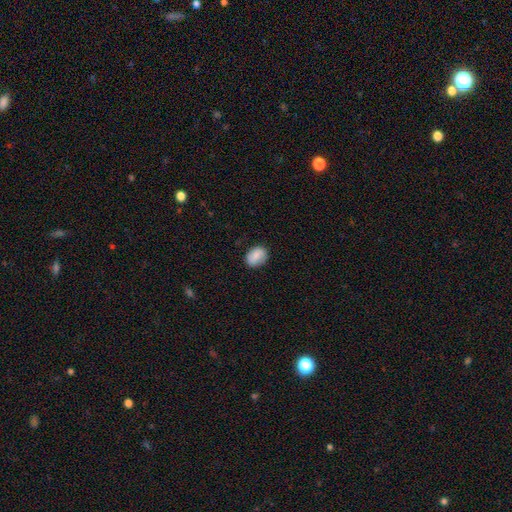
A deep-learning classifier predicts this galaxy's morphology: A smooth galaxy with no disk features (80%) that is in between round and cigar-shaped (65%).

Vote fractions:
- Smooth or featured? smooth: 80% / featured or disk: 12% / star or artifact: 8%
- How rounded? in between: 65% / round: 34% / cigar-shaped: 1%
- Merging? none: 81% / minor disturbance: 14% / major disturbance: 3% / merger: 1%